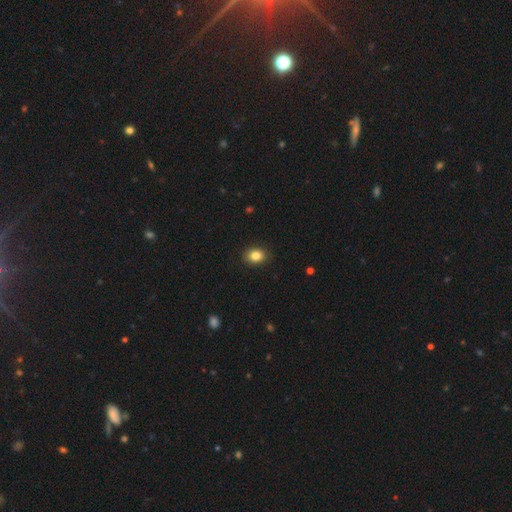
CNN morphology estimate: Smooth or featured? Predicted: smooth (p=0.85). How rounded? Predicted: in between (p=0.57). Merging? Predicted: none (p=0.89).